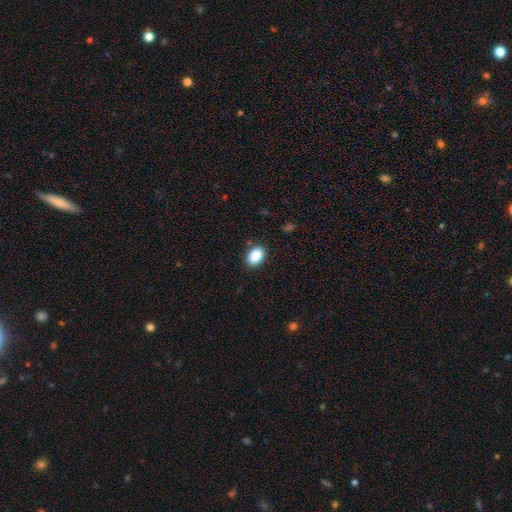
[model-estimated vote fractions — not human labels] smooth_or_featured: smooth (p=0.89) [alt: star or artifact p=0.08]
how_rounded: in between (p=0.84) [alt: round p=0.15]
merging: none (p=0.87) [alt: minor disturbance p=0.10]